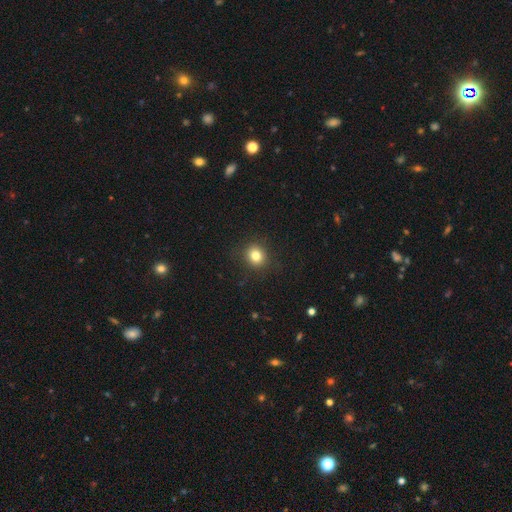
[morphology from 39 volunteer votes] type=smooth (87%); roundness=round (71%); merging=none (78%).